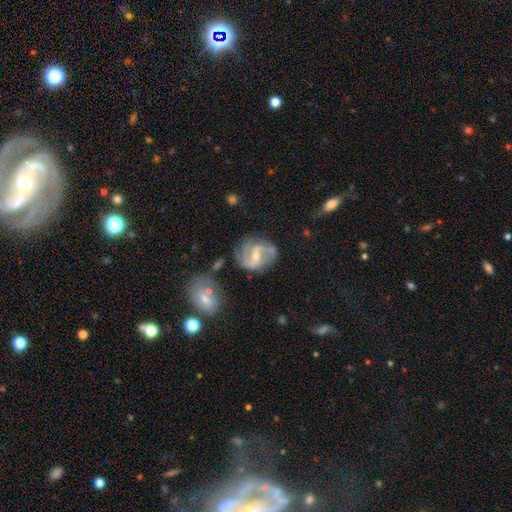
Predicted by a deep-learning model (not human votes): This appears to be a featured or disk galaxy (85%) with a weak bar (49%), 2 (77%) medium (47%) spiral arms (95%) and a small central bulge (51%). Merging: none (66%).